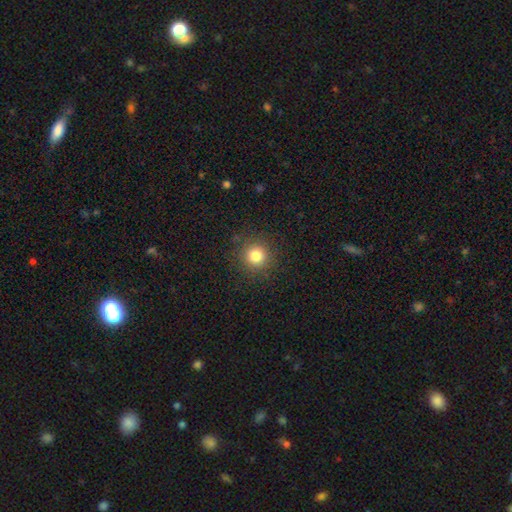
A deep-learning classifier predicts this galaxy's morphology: smooth_or_featured: smooth (p=0.81) [alt: star or artifact p=0.13]
how_rounded: round (p=0.94) [alt: in between p=0.05]
merging: none (p=0.90) [alt: minor disturbance p=0.07]